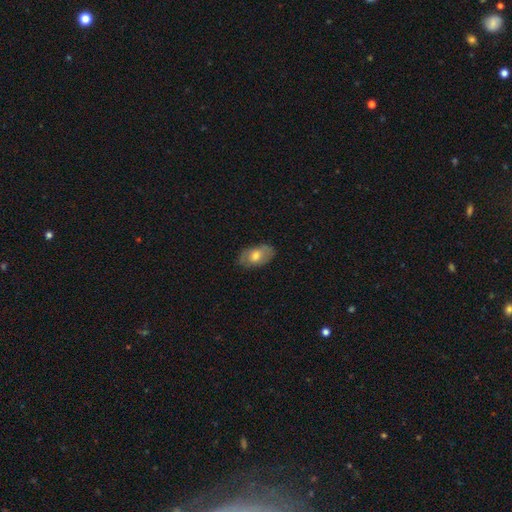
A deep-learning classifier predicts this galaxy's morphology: Overall: smooth (60%; featured or disk 33%). How rounded: in between (90%). Merging: none (75%).